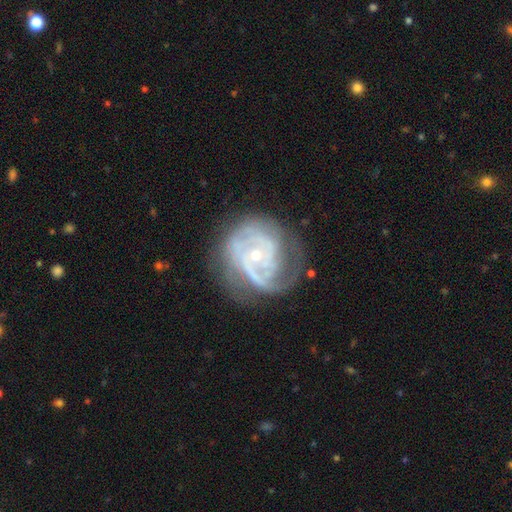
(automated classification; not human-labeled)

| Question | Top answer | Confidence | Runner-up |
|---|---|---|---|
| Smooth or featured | featured or disk | 85% | smooth (9%) |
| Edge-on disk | no | 98% | yes (2%) |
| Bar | no | 70% | weak (24%) |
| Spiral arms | yes | 92% | no (8%) |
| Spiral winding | tight | 57% | medium (33%) |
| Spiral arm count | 2 | 32% | can't tell (30%) |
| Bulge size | small | 69% | moderate (28%) |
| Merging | none | 53% | minor disturbance (24%) |